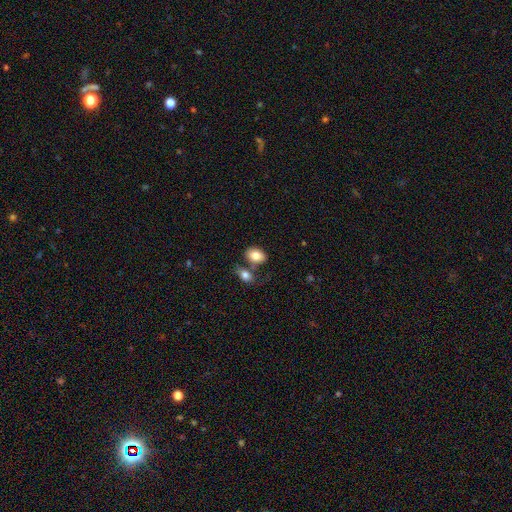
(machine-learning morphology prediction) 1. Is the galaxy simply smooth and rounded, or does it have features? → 81% smooth, 11% featured or disk, 7% star or artifact.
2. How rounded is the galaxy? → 84% in between, 14% round, 1% cigar-shaped.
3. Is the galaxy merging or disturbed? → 54% none, 30% merger, 12% minor disturbance, 4% major disturbance.